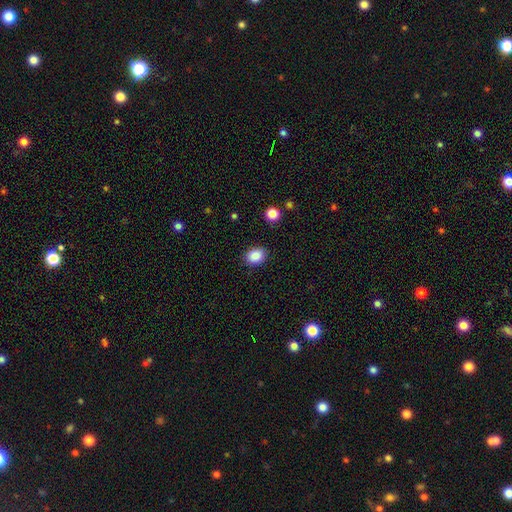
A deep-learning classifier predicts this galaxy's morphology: Smooth or featured? Predicted: smooth (p=0.86). How rounded? Predicted: in between (p=0.60). Merging? Predicted: none (p=0.87).